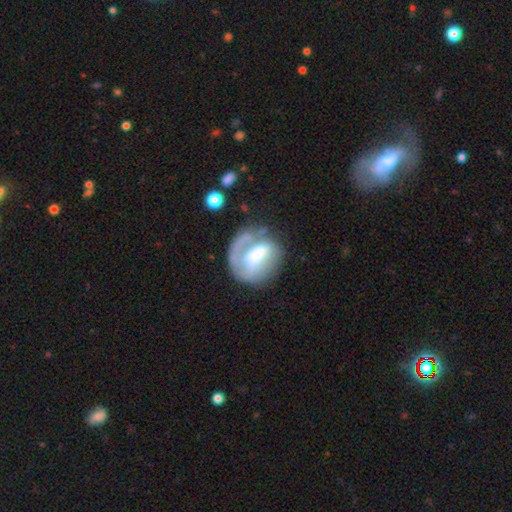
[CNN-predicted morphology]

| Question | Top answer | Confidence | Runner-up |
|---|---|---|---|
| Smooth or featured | featured or disk | 57% | smooth (36%) |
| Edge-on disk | no | 96% | yes (4%) |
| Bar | no | 34% | strong (33%) |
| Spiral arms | yes | 52% | no (48%) |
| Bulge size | moderate | 32% | large (22%) |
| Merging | none | 47% | major disturbance (26%) |